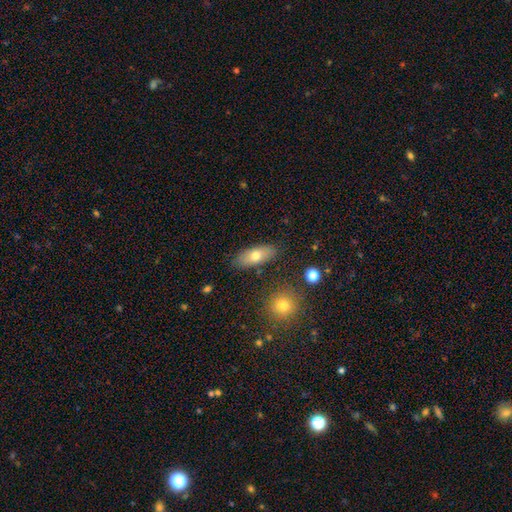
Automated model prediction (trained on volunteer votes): Overall: smooth (71%). How rounded: in between (80%). Merging: none (83%).